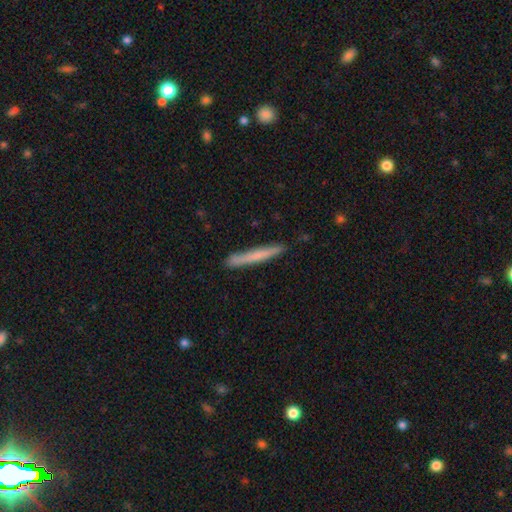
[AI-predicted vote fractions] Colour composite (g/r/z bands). It shows a smooth galaxy with no disk features (62%) that is cigar-shaped (97%). Merging: none (86%).